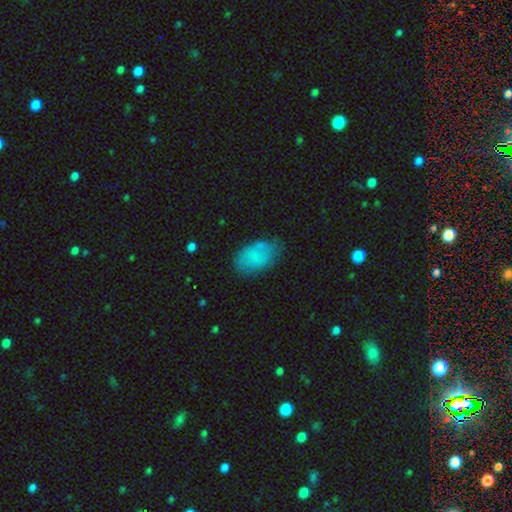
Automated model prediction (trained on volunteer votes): Q: Smooth or featured?
A: smooth (78%); runner-up: featured or disk (14%)
Q: How rounded?
A: in between (91%); runner-up: round (8%)
Q: Merging?
A: none (62%); runner-up: minor disturbance (28%)